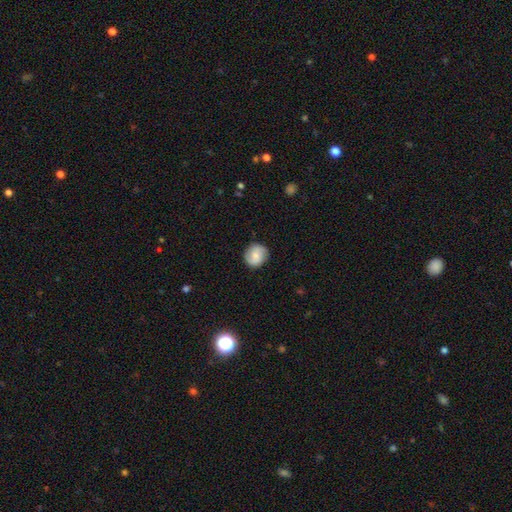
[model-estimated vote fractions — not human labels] A smooth galaxy with no disk features (62%) that is round (83%).

Vote fractions:
- Smooth or featured? smooth: 62% / featured or disk: 30% / star or artifact: 8%
- How rounded? round: 83% / in between: 16% / cigar-shaped: 1%
- Merging? none: 85% / minor disturbance: 11% / major disturbance: 3% / merger: 1%